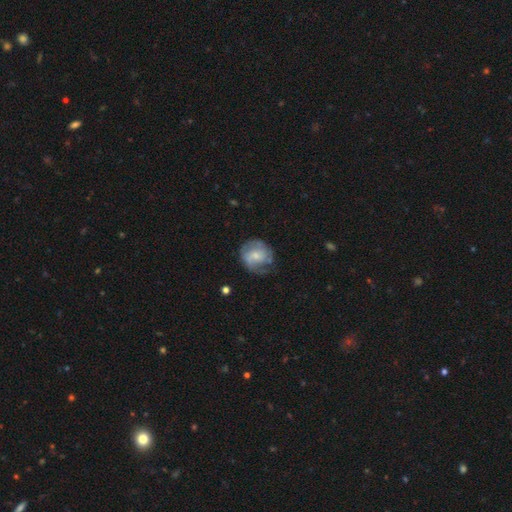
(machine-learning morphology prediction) Smooth or featured?
  - featured or disk: 56% *
  - smooth: 37%
  - star or artifact: 7%
Edge-on disk?
  - no: 97% *
  - yes: 3%
Bar?
  - no: 65% *
  - weak: 30%
  - strong: 6%
Spiral arms?
  - yes: 78% *
  - no: 22%
Bulge size?
  - small: 56% *
  - moderate: 32%
  - none: 7%
  - large: 4%
  - dominant: 1%
Merging?
  - none: 57% *
  - minor disturbance: 25%
  - major disturbance: 16%
  - merger: 2%